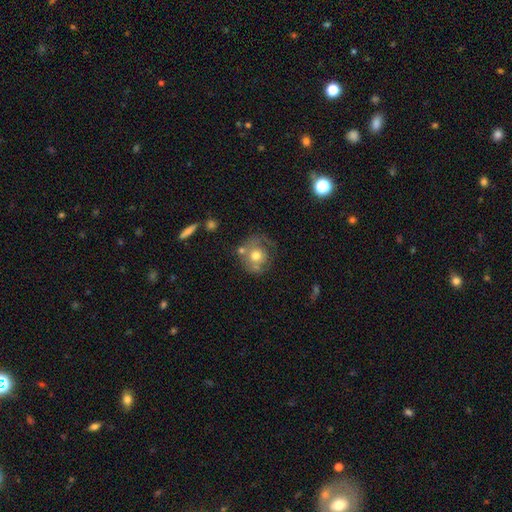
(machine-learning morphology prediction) smooth-or-featured: smooth: 50% | featured or disk: 42% | star or artifact: 8%
  merging: none: 47% | minor disturbance: 21% | major disturbance: 20% | merger: 12%